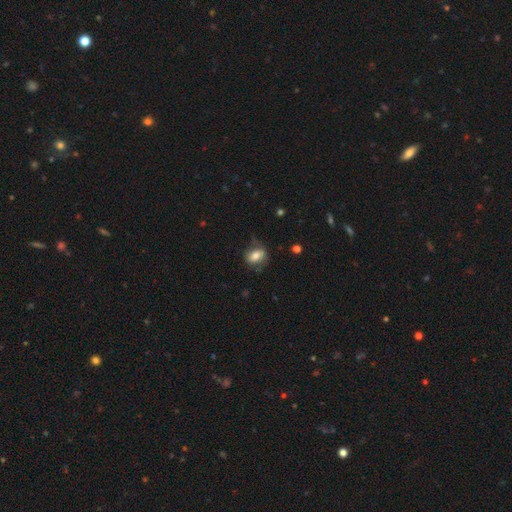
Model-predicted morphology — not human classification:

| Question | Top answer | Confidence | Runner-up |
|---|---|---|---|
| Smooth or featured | smooth | 69% | featured or disk (22%) |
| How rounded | in between | 73% | round (25%) |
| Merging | none | 61% | minor disturbance (24%) |